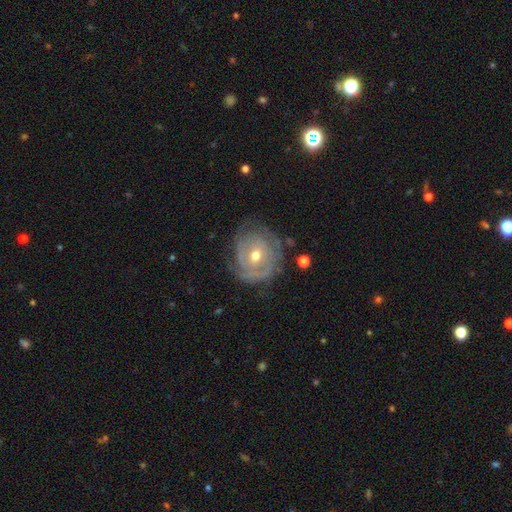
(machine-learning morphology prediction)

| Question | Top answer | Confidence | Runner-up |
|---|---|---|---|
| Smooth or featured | featured or disk | 80% | smooth (14%) |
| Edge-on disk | no | 97% | yes (3%) |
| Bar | no | 65% | weak (28%) |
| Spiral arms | yes | 86% | no (14%) |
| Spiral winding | tight | 73% | medium (20%) |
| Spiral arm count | can't tell | 42% | 2 (23%) |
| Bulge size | moderate | 64% | small (32%) |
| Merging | none | 66% | minor disturbance (22%) |